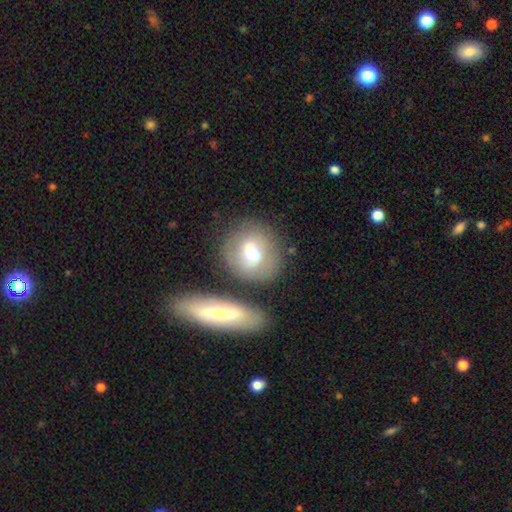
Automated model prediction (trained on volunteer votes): Overall: smooth (50%; featured or disk 42%). How rounded: round (68%; in between 30%). Merging: none (62%).